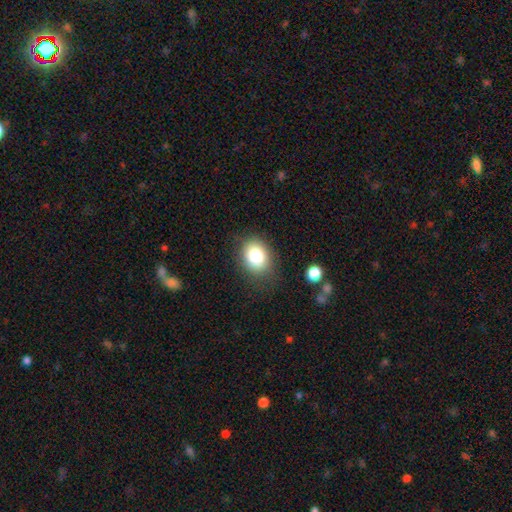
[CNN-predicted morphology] The model was most divided on "how rounded": in between: 55%, round: 44%, cigar-shaped: 1%. More confident: smooth or featured — smooth (81%); merging — none (80%).